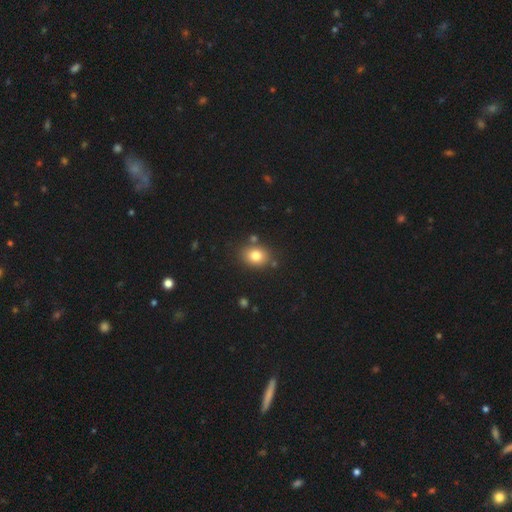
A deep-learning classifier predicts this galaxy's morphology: Smooth or featured? Predicted: smooth (p=0.80). How rounded? Predicted: round (p=0.50). Merging? Predicted: none (p=0.81).